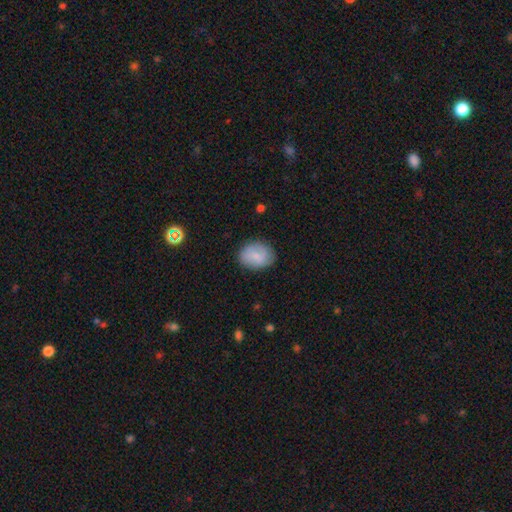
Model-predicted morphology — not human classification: Q: Smooth or featured?
A: smooth (78%); runner-up: featured or disk (15%)
Q: How rounded?
A: in between (58%); runner-up: round (41%)
Q: Merging?
A: none (81%); runner-up: minor disturbance (14%)